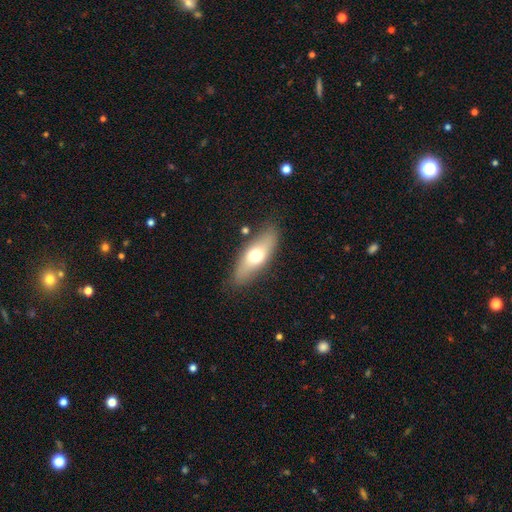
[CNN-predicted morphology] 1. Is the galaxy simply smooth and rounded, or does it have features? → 60% smooth, 33% featured or disk, 6% star or artifact.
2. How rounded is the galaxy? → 66% in between, 31% cigar-shaped, 3% round.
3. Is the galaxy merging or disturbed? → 83% none, 12% minor disturbance, 3% major disturbance, 2% merger.